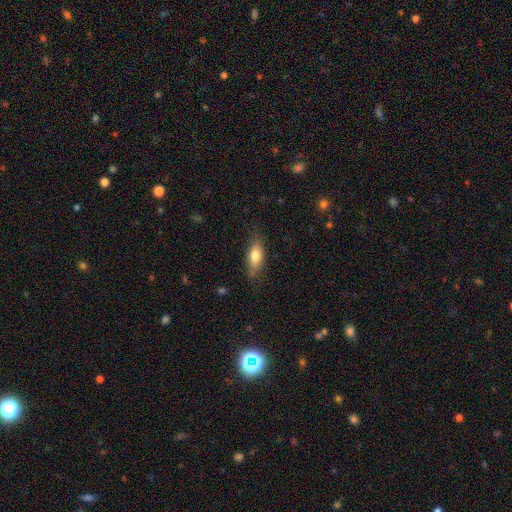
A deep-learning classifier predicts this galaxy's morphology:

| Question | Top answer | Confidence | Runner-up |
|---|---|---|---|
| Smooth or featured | smooth | 75% | featured or disk (18%) |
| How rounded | in between | 74% | cigar-shaped (22%) |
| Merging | none | 77% | minor disturbance (17%) |